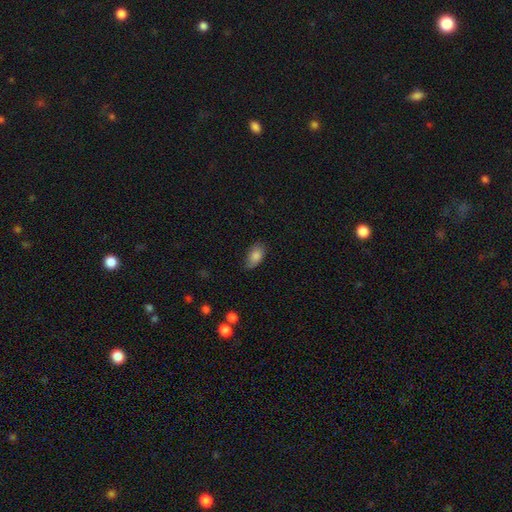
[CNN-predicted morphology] Overall: smooth (82%). How rounded: in between (91%). Merging: none (65%; minor disturbance 28%).